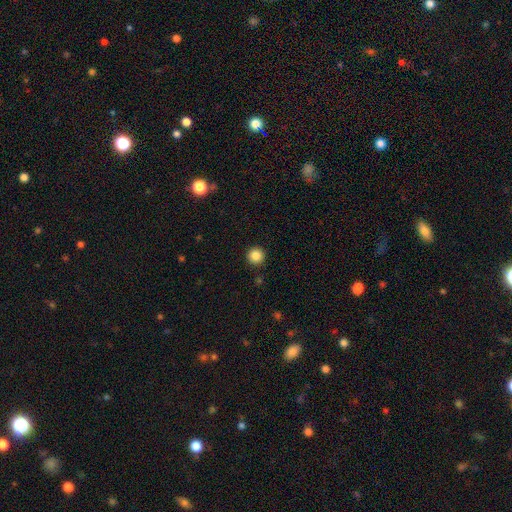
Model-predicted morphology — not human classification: A smooth galaxy with no disk features (86%) that is round (96%). Merging: none (92%).